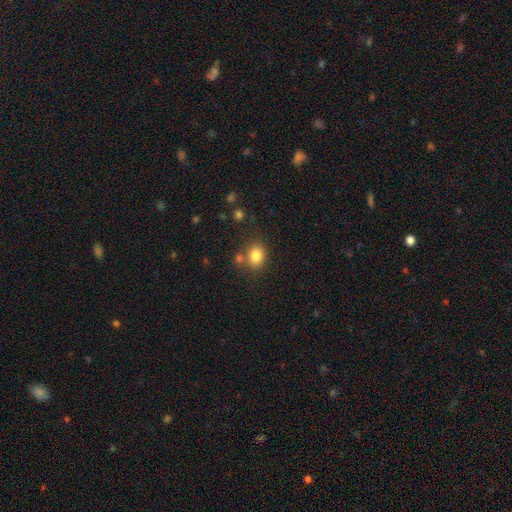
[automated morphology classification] A smooth galaxy with no disk features (83%) that is round (56%). Merging: none (68%).